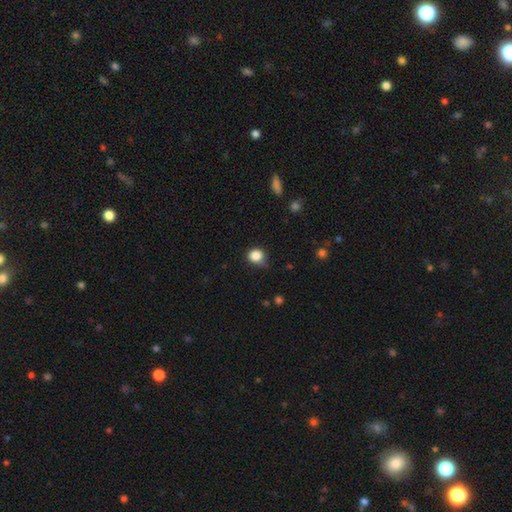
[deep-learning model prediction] Smooth or featured?
  - smooth: 85% *
  - star or artifact: 11%
  - featured or disk: 4%
How rounded?
  - round: 75% *
  - in between: 24%
  - cigar-shaped: 1%
Merging?
  - none: 66% *
  - minor disturbance: 27%
  - major disturbance: 5%
  - merger: 2%